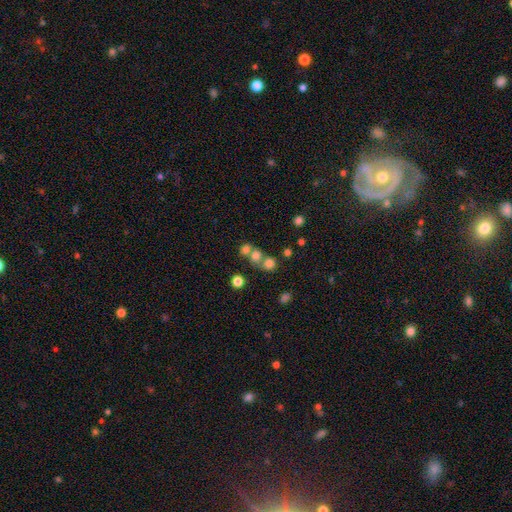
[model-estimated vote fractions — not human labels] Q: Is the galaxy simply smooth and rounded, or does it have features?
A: smooth — 70%.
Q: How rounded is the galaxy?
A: round — 79%.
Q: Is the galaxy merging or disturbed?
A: merger — 48%.